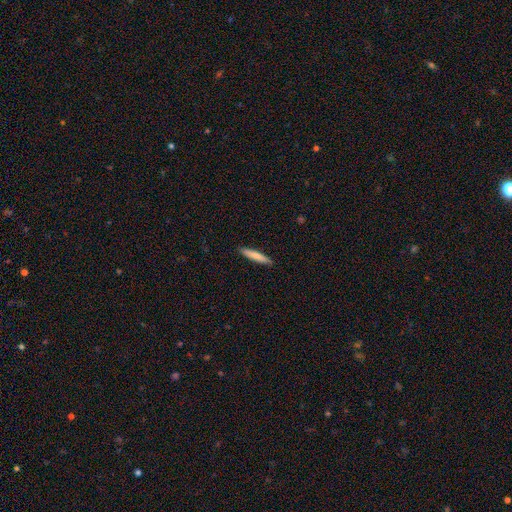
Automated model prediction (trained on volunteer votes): smooth 76%, featured or disk 19%, star or artifact 5%. Down the decision tree: how rounded — cigar-shaped (92%); merging — none (91%).